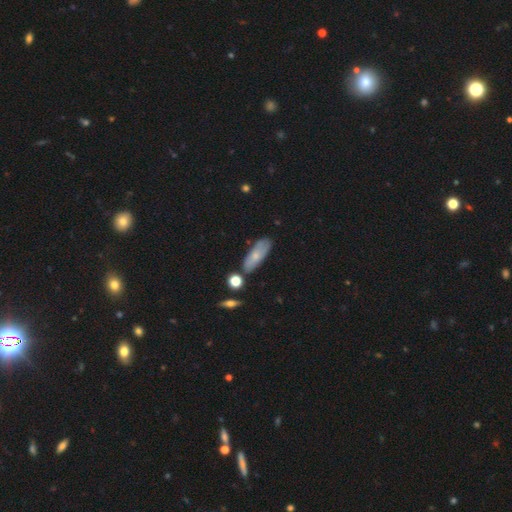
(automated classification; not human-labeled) Q: Smooth or featured?
A: smooth (68%); runner-up: featured or disk (25%)
Q: How rounded?
A: in between (66%); runner-up: cigar-shaped (31%)
Q: Merging?
A: none (73%); runner-up: minor disturbance (18%)